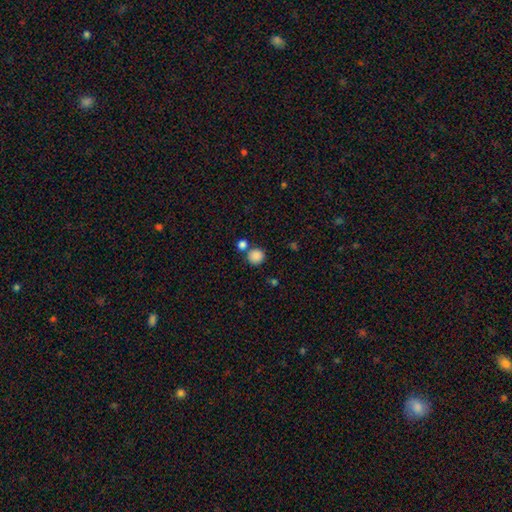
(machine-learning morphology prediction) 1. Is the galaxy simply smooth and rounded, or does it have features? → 86% smooth, 10% star or artifact, 4% featured or disk.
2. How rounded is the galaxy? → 91% round, 8% in between, 1% cigar-shaped.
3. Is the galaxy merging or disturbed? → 70% none, 19% merger, 8% minor disturbance, 3% major disturbance.